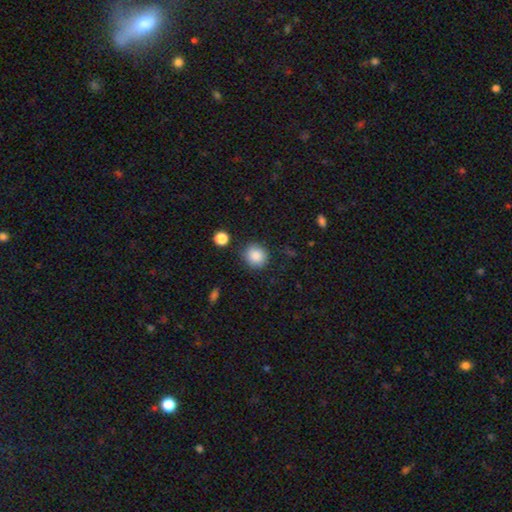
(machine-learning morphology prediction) The model was most divided on "how rounded": round: 82%, in between: 17%, cigar-shaped: 1%. More confident: smooth or featured — smooth (87%); merging — none (83%).